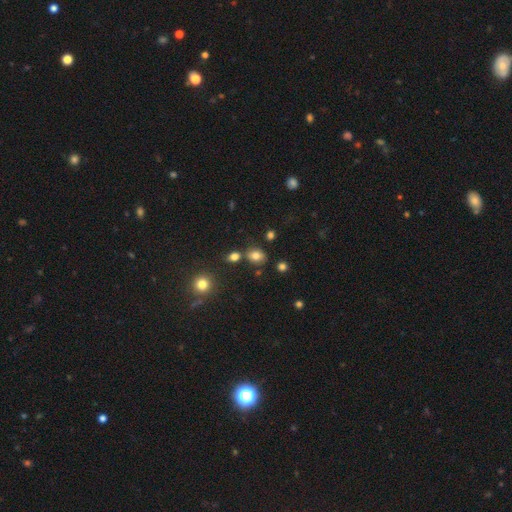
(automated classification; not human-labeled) A smooth galaxy with no disk features (79%) that is in between round and cigar-shaped (56%). Merging: none (75%).